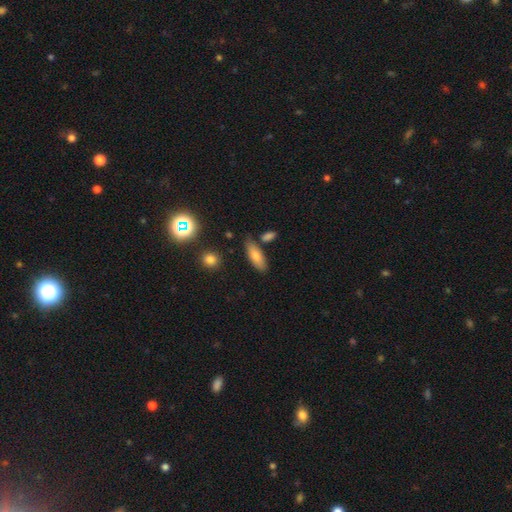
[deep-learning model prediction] Smooth or featured?
  - smooth: 77% *
  - featured or disk: 15%
  - star or artifact: 8%
How rounded?
  - in between: 69% *
  - cigar-shaped: 28%
  - round: 3%
Merging?
  - none: 72% *
  - minor disturbance: 16%
  - merger: 8%
  - major disturbance: 4%